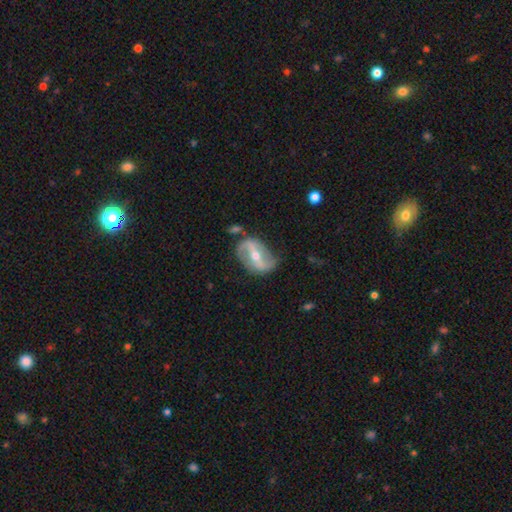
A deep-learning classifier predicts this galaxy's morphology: A featured or disk galaxy (83%) with a strong bar (63%), 2 (88%) loose (52%) spiral arms (83%) and a moderate central bulge (53%).

Vote fractions:
- Smooth or featured? featured or disk: 83% / smooth: 12% / star or artifact: 5%
- Edge-on disk? no: 94% / yes: 6%
- Bar? strong: 63% / weak: 24% / no: 13%
- Spiral arms? yes: 83% / no: 17%
- Spiral winding? loose: 52% / medium: 32% / tight: 15%
- Spiral arm count? 2: 88% / can't tell: 6% / 1: 3% / 3: 1% / 4: 1% / more than 4: 1%
- Bulge size? moderate: 53% / small: 44% / large: 2% / none: 1% / dominant: 1%
- Merging? none: 70% / minor disturbance: 19% / major disturbance: 7% / merger: 4%